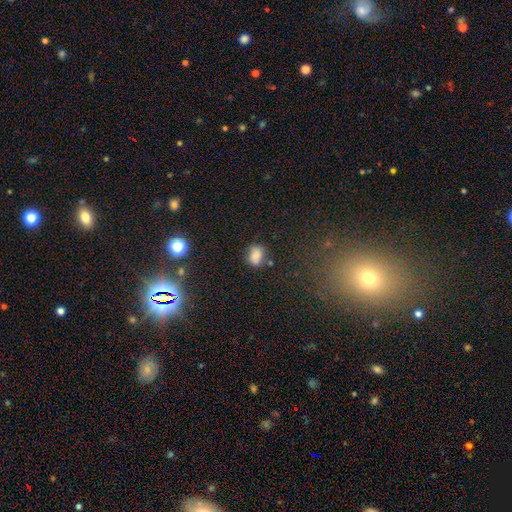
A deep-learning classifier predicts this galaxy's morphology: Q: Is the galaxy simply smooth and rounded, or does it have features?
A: smooth — 74%.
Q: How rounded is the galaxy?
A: in between — 53%.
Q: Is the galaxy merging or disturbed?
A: none — 67%.